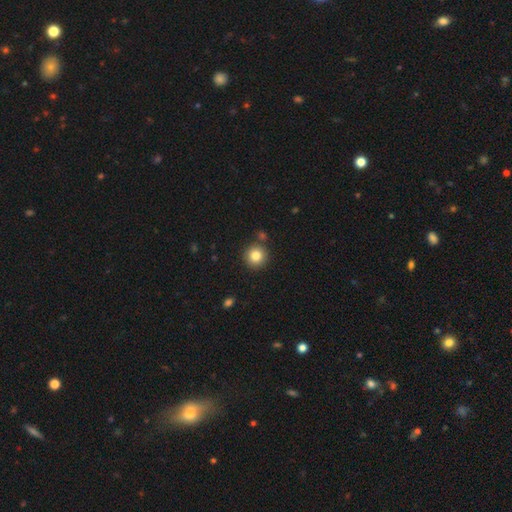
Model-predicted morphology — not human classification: The model was most divided on "smooth or featured": smooth: 82%, star or artifact: 11%, featured or disk: 7%. More confident: how rounded — round (94%); merging — none (84%).